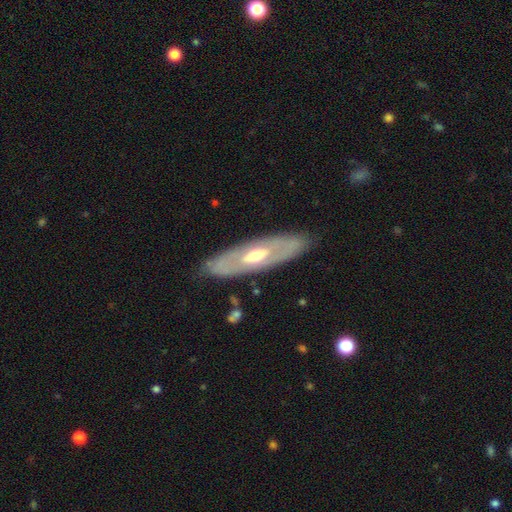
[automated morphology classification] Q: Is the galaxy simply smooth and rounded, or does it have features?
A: featured or disk — 70%.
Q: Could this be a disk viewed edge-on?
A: no — 70%.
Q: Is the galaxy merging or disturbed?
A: none — 84%.